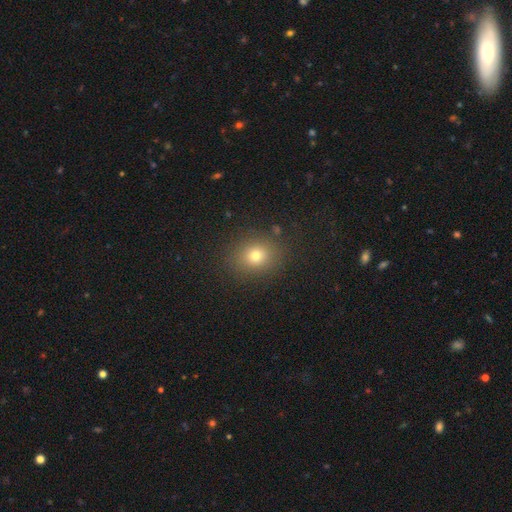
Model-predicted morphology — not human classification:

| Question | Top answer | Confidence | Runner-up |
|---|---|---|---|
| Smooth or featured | smooth | 73% | star or artifact (17%) |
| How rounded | round | 61% | in between (38%) |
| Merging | none | 86% | minor disturbance (9%) |